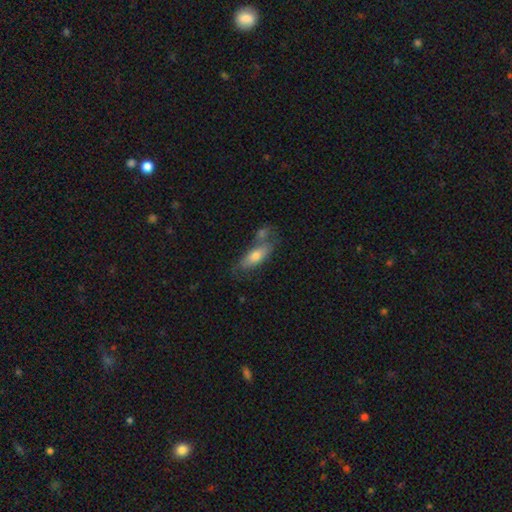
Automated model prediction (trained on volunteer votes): smooth 66%, featured or disk 27%, star or artifact 7%. Down the decision tree: how rounded — in between (66%); merging — none (46%).